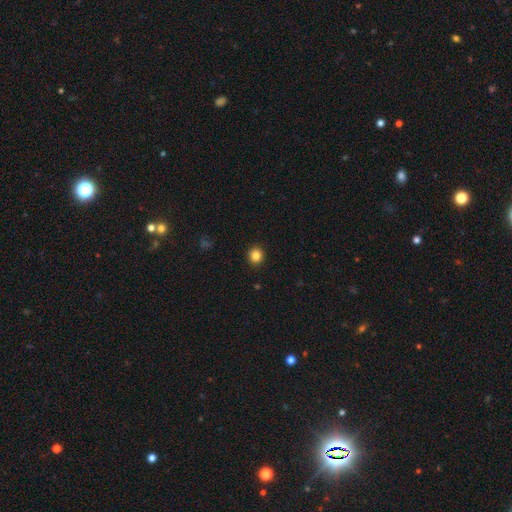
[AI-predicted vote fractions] A smooth galaxy with no disk features (84%) that is round (91%).

Vote fractions:
- Smooth or featured? smooth: 84% / star or artifact: 11% / featured or disk: 5%
- How rounded? round: 91% / in between: 8% / cigar-shaped: 1%
- Merging? none: 92% / minor disturbance: 5% / major disturbance: 2% / merger: 1%